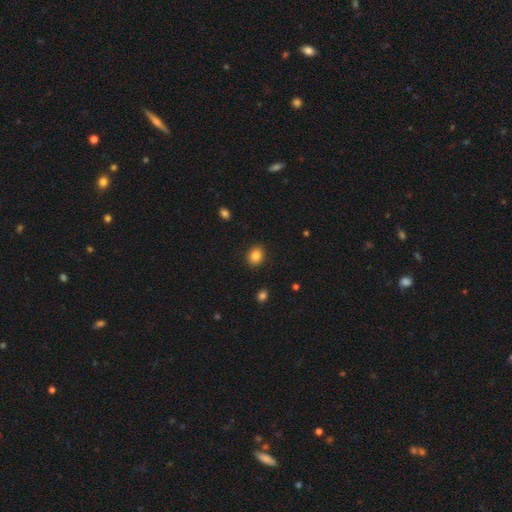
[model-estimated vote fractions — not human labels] This appears to be a smooth galaxy with no disk features (85%) that is round (55%). Merging: none (89%).